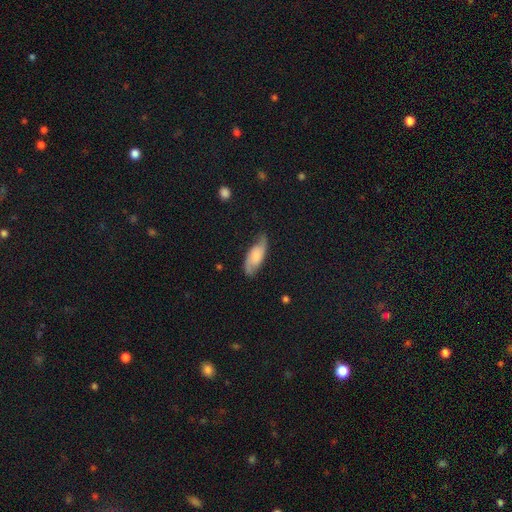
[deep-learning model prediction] This appears to be a featured or disk galaxy (52%). Merging: none (70%).